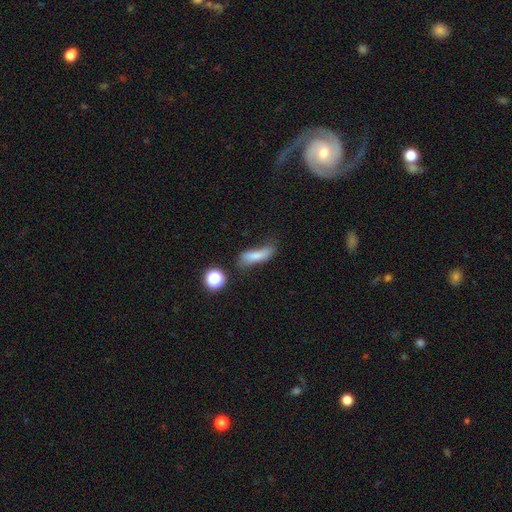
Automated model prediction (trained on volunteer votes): Smooth or featured? Predicted: smooth (p=0.74). How rounded? Predicted: cigar-shaped (p=0.52). Merging? Predicted: none (p=0.43).